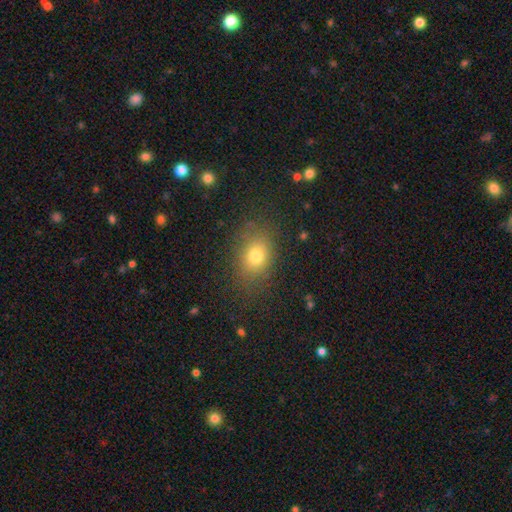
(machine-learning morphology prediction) type=smooth (76%); roundness=in between (63%); merging=none (81%).